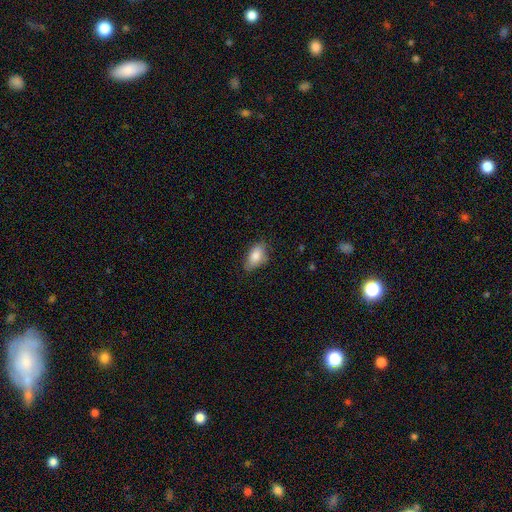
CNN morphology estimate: smooth 84%, featured or disk 9%, star or artifact 7%. Down the decision tree: how rounded — in between (91%); merging — none (72%).